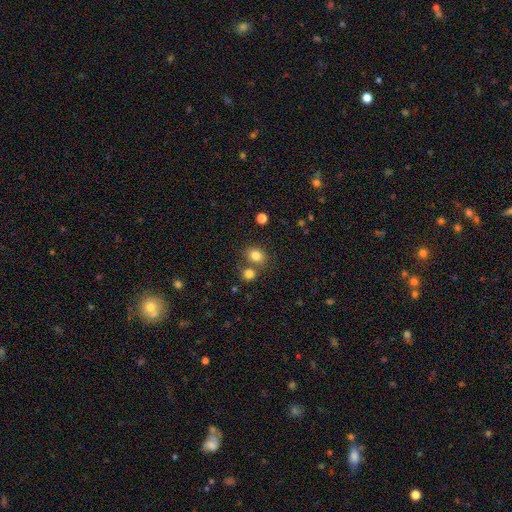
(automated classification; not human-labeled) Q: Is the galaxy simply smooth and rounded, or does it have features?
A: smooth — 82%.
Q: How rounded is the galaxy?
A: round — 62%.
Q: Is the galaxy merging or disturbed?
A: none — 65%.